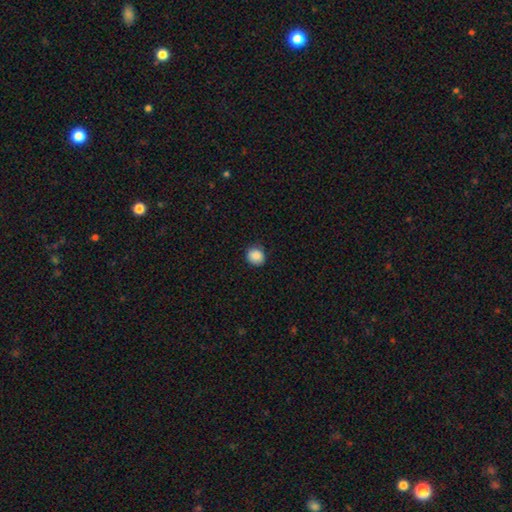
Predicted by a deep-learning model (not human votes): Morphology: type=smooth (88%); roundness=round (83%); merging=none (86%).